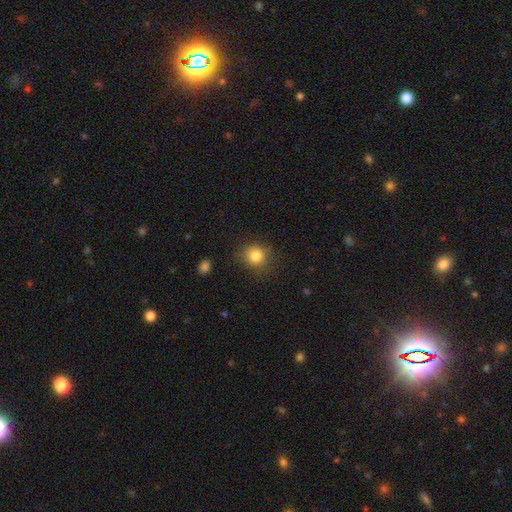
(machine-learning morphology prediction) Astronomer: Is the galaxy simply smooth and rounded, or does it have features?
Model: smooth — 83%.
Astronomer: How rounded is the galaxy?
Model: round — 85%.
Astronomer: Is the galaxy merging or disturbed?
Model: none — 84%.